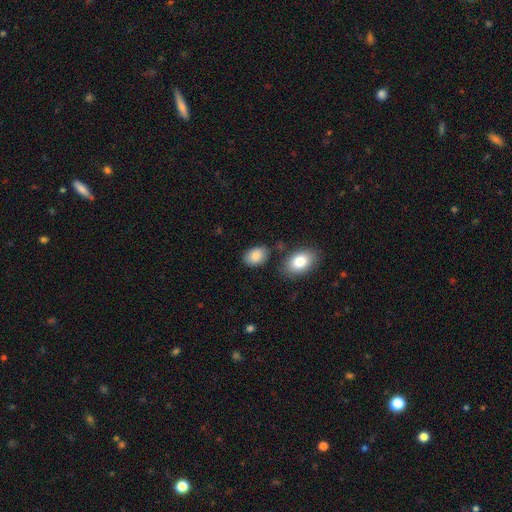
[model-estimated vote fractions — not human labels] Smooth or featured: smooth — 86% (star or artifact — 7%)
How rounded: in between — 85% (round — 14%)
Merging: none — 76% (minor disturbance — 14%)